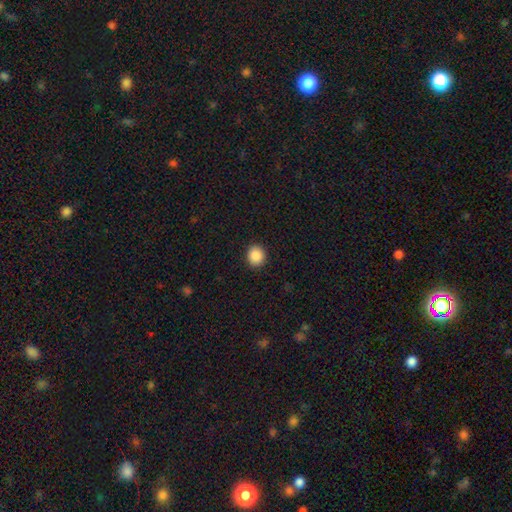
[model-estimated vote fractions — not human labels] A smooth galaxy with no disk features (89%) that is round (82%). Merging: none (91%).